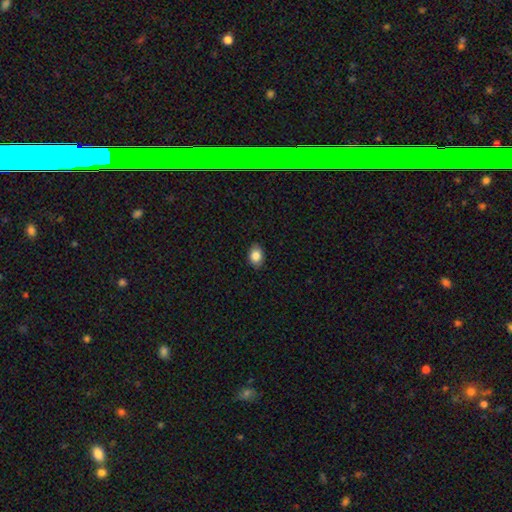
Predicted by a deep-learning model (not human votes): Smooth or featured?
  - smooth: 86% *
  - star or artifact: 8%
  - featured or disk: 5%
How rounded?
  - in between: 74% *
  - round: 25%
  - cigar-shaped: 1%
Merging?
  - none: 87% *
  - minor disturbance: 10%
  - major disturbance: 2%
  - merger: 1%